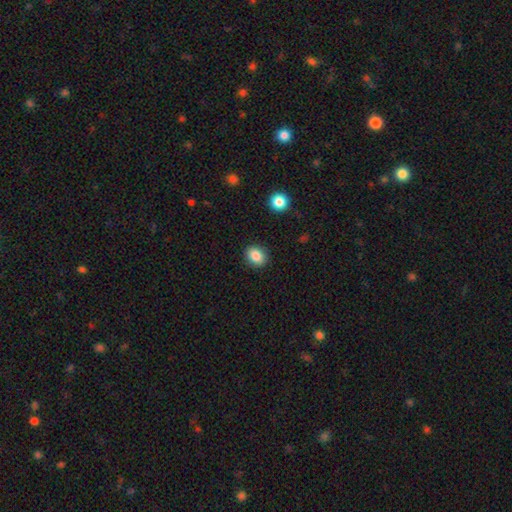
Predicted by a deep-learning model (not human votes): smooth-or-featured: smooth: 86% | star or artifact: 9% | featured or disk: 5%
  how-rounded: in between: 51% | round: 48% | cigar-shaped: 1%
  merging: none: 89% | minor disturbance: 8% | major disturbance: 2% | merger: 1%